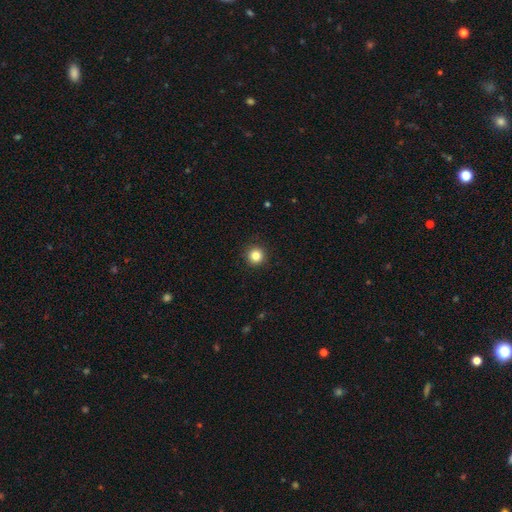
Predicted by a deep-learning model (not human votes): This is clearly a smooth galaxy (84%). How rounded: clearly round (95%). Merging: clearly none (93%).